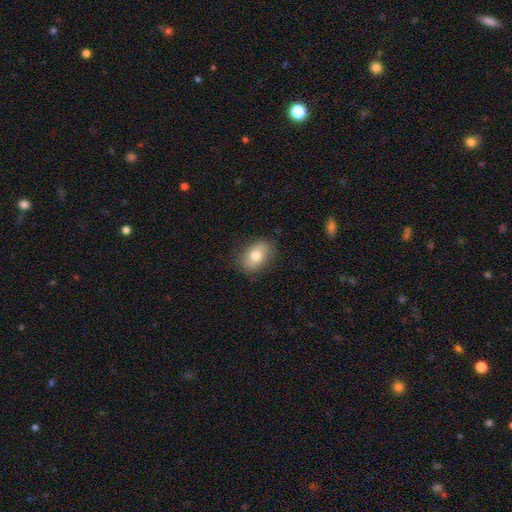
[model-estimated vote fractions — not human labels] This appears to be a smooth galaxy with no disk features (75%) that is in between round and cigar-shaped (80%). Merging: none (81%).